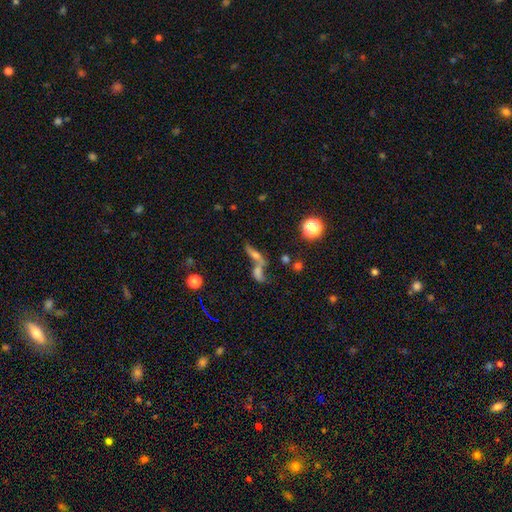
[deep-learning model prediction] A smooth galaxy with no disk features (44%). Merging: merger (53%).